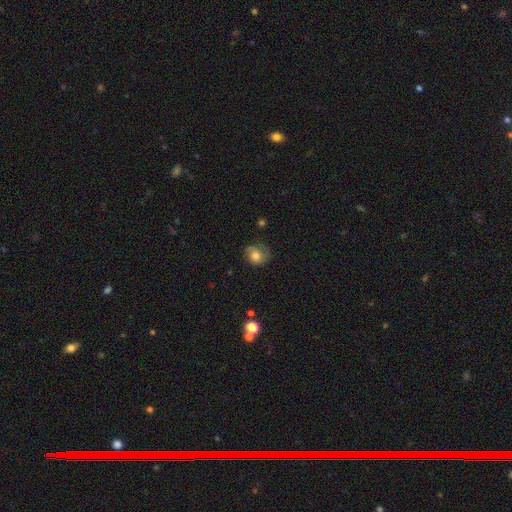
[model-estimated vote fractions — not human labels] smooth 70%, featured or disk 20%, star or artifact 10%. Down the decision tree: how rounded — round (65%); merging — none (54%).